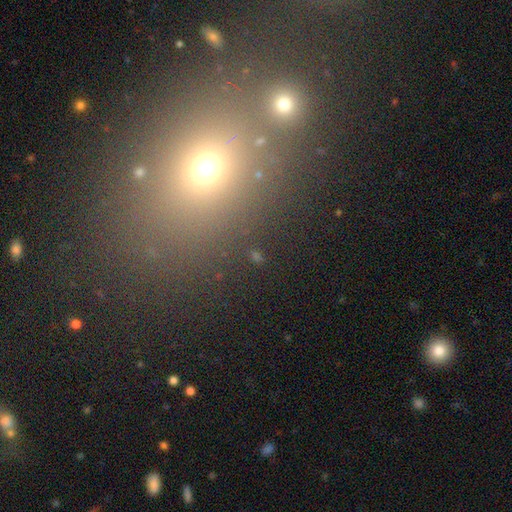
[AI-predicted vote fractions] Smooth or featured? Predicted: star or artifact (p=0.47).